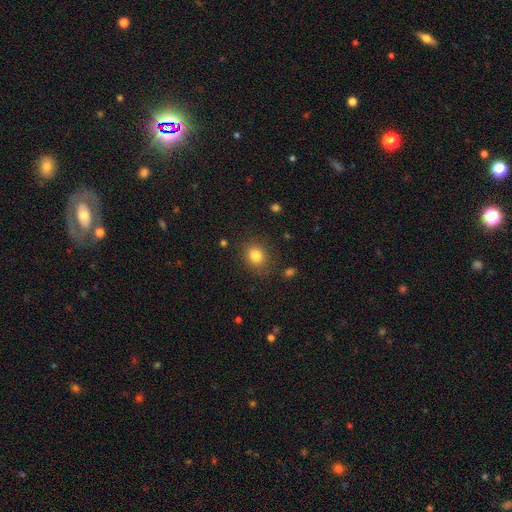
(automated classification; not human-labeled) A smooth galaxy with no disk features (82%) that is round (68%).

Vote fractions:
- Smooth or featured? smooth: 82% / star or artifact: 12% / featured or disk: 7%
- How rounded? round: 68% / in between: 31% / cigar-shaped: 1%
- Merging? none: 83% / minor disturbance: 11% / major disturbance: 4% / merger: 2%